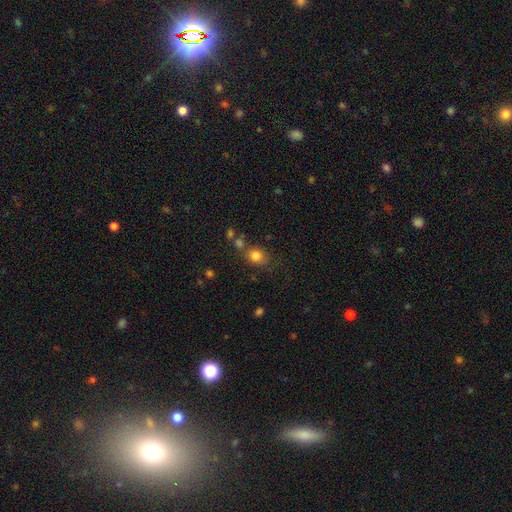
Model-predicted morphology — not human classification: The model was most divided on "how rounded": round: 69%, in between: 30%, cigar-shaped: 1%. More confident: smooth or featured — smooth (81%); merging — none (66%).